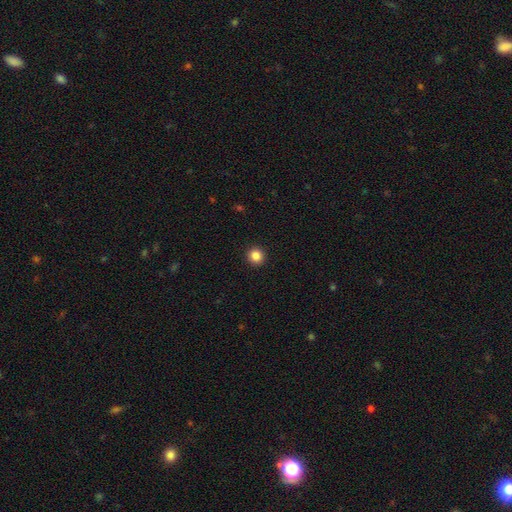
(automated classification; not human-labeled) Q: Smooth or featured?
A: smooth (85%); runner-up: star or artifact (11%)
Q: How rounded?
A: round (92%); runner-up: in between (7%)
Q: Merging?
A: none (94%); runner-up: minor disturbance (4%)